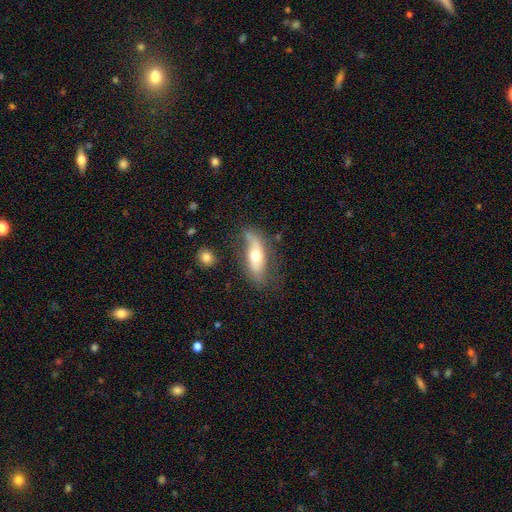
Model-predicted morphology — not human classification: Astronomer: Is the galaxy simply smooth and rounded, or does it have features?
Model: featured or disk — 49% (runner-up: smooth, 45%).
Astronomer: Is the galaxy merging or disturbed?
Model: none — 55%.